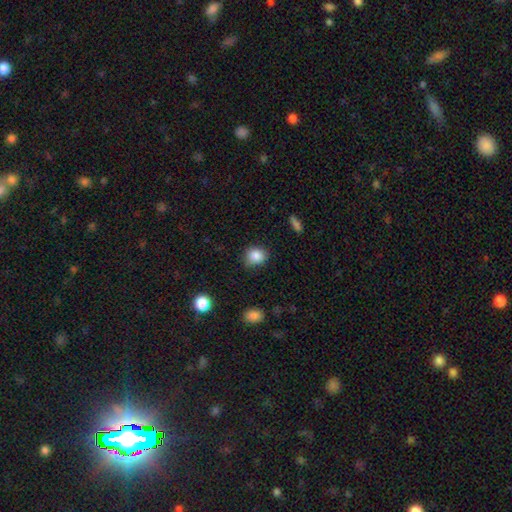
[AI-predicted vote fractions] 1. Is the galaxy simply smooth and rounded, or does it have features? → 86% smooth, 10% star or artifact, 5% featured or disk.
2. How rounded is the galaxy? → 65% round, 34% in between, 1% cigar-shaped.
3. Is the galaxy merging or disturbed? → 70% none, 23% minor disturbance, 5% major disturbance, 2% merger.